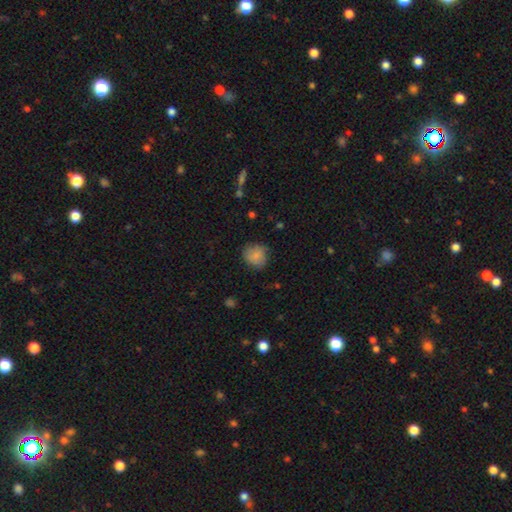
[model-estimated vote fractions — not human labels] Smooth or featured? smooth (83%)
How rounded? round (81%)
Merging? none (74%)